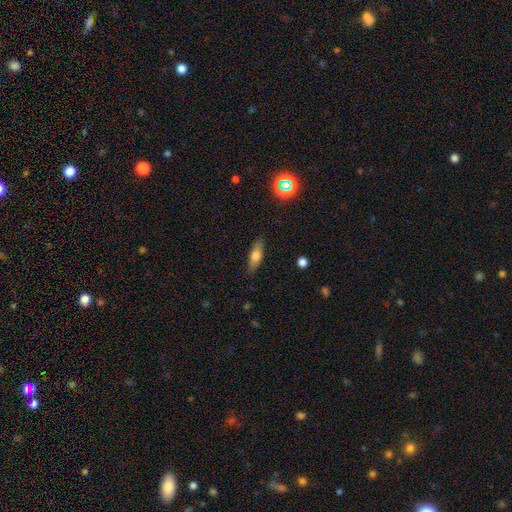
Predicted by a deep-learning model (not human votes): Smooth or featured: smooth — 64% (featured or disk — 28%)
How rounded: cigar-shaped — 50% (in between — 46%)
Merging: none — 86% (minor disturbance — 10%)